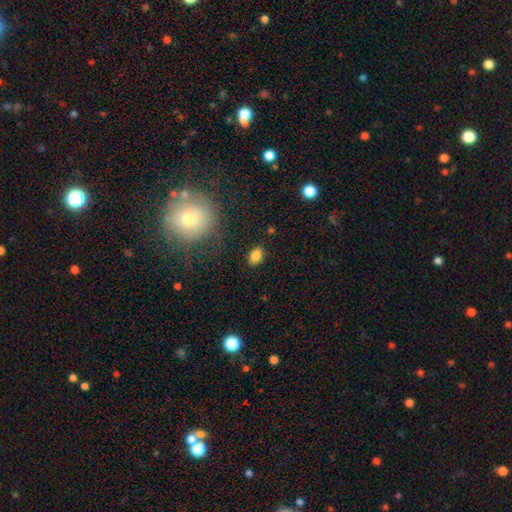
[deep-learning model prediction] A smooth galaxy with no disk features (84%) that is in between round and cigar-shaped (86%). Merging: none (85%).